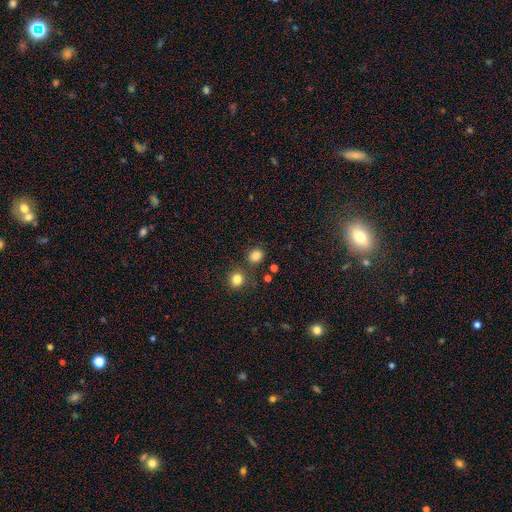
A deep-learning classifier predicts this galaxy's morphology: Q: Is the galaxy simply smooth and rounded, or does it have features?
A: smooth — 83%.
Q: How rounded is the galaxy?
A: round — 70%.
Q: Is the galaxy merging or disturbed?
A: none — 77%.